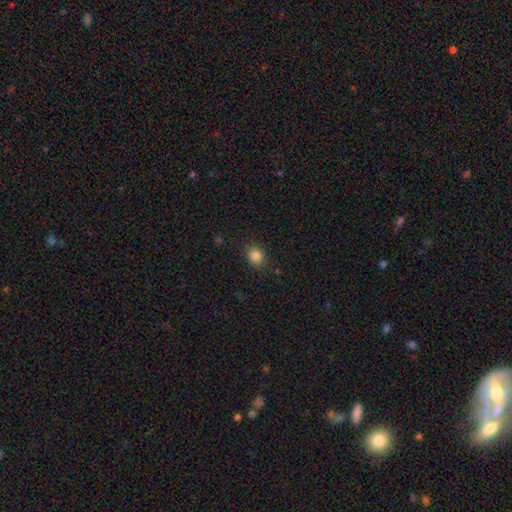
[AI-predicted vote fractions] smooth_or_featured: smooth (p=0.85) [alt: star or artifact p=0.11]
how_rounded: round (p=0.68) [alt: in between p=0.31]
merging: none (p=0.85) [alt: minor disturbance p=0.11]